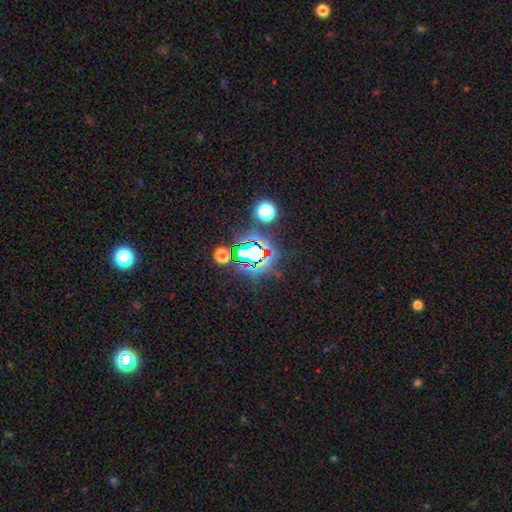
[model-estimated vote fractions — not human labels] A star or artifact, not a galaxy (69%).